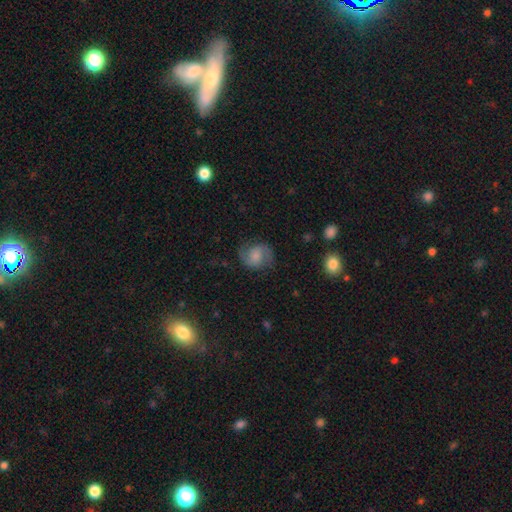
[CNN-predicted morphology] Q: Smooth or featured?
A: featured or disk (66%); runner-up: smooth (25%)
Q: Edge-on disk?
A: no (98%); runner-up: yes (2%)
Q: Bar?
A: no (56%); runner-up: weak (36%)
Q: Spiral arms?
A: yes (95%); runner-up: no (5%)
Q: Spiral winding?
A: medium (52%); runner-up: loose (27%)
Q: Spiral arm count?
A: 2 (91%); runner-up: can't tell (4%)
Q: Bulge size?
A: none (29%); runner-up: moderate (28%)
Q: Merging?
A: none (75%); runner-up: minor disturbance (16%)